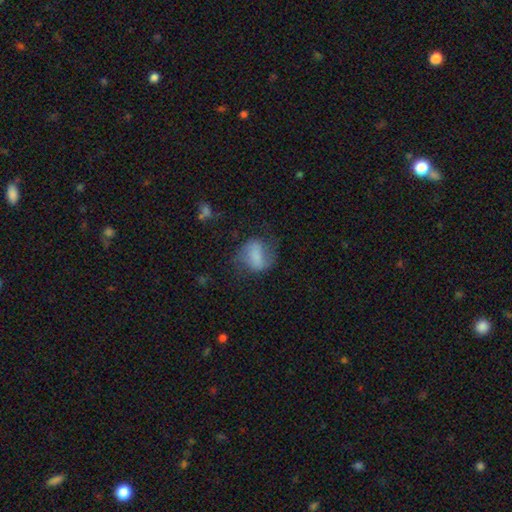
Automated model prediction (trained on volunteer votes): smooth_or_featured: smooth (p=0.54) [alt: featured or disk p=0.37]
how_rounded: in between (p=0.62) [alt: round p=0.35]
merging: none (p=0.53) [alt: minor disturbance p=0.24]